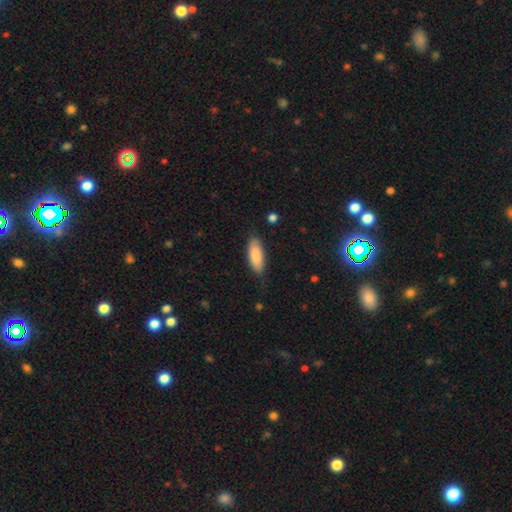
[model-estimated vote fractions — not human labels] Smooth or featured? smooth (87%)
How rounded? in between (71%)
Merging? none (82%)